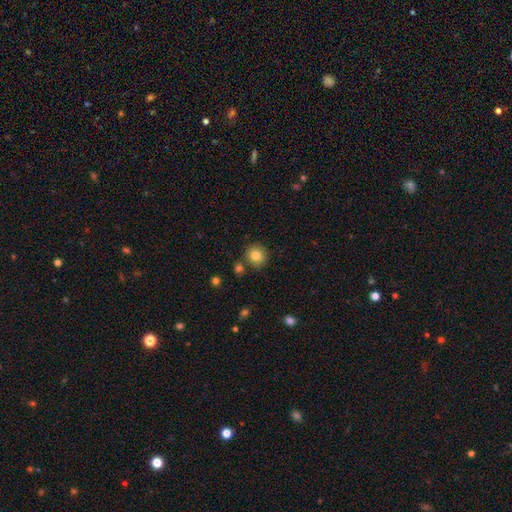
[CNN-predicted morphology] smooth 82%, star or artifact 10%, featured or disk 8%. Down the decision tree: how rounded — round (88%); merging — none (82%).